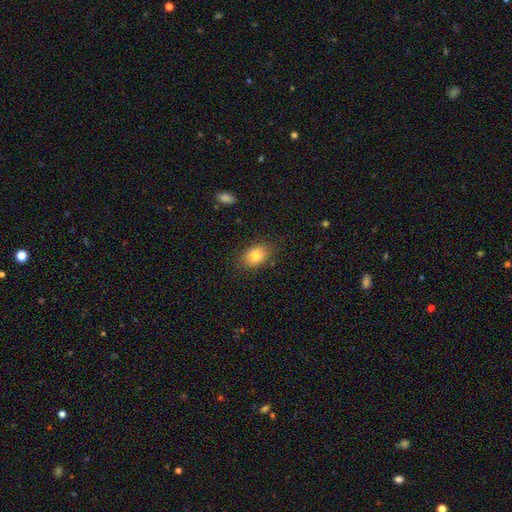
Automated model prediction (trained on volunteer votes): Smooth or featured: smooth — 79% (featured or disk — 11%)
How rounded: in between — 75% (round — 23%)
Merging: none — 83% (minor disturbance — 13%)